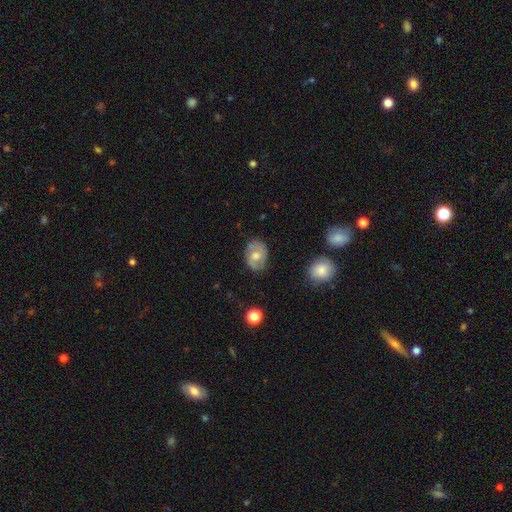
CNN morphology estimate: type=featured or disk (55%); edge-on=no (96%); bar=no (63%); spiral arms=yes (67%); bulge=moderate (72%); merging=none (78%).